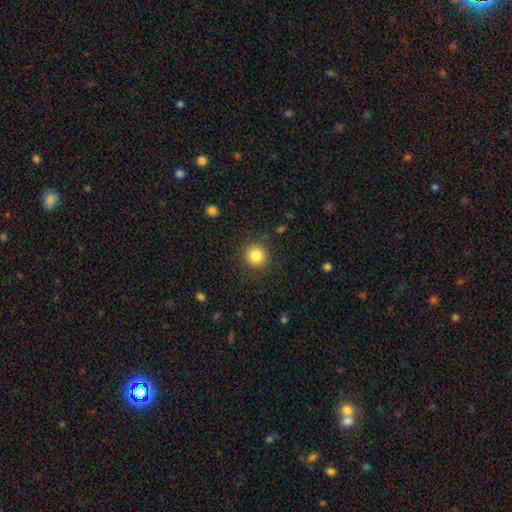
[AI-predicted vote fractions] Morphology: type=smooth (84%); roundness=round (92%); merging=none (89%).